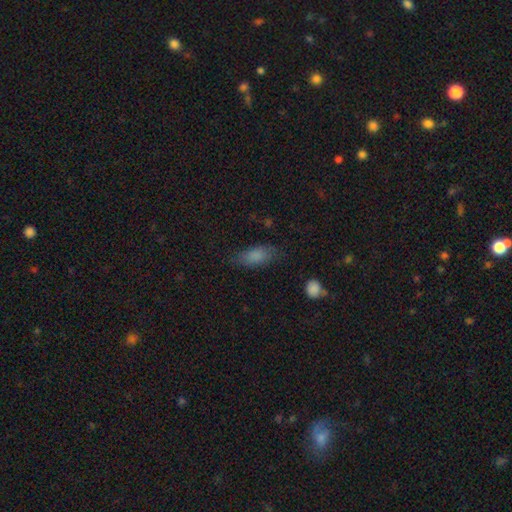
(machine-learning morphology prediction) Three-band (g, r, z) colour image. It shows a smooth galaxy with no disk features (82%) that is in between round and cigar-shaped (82%). Merging: none (71%).